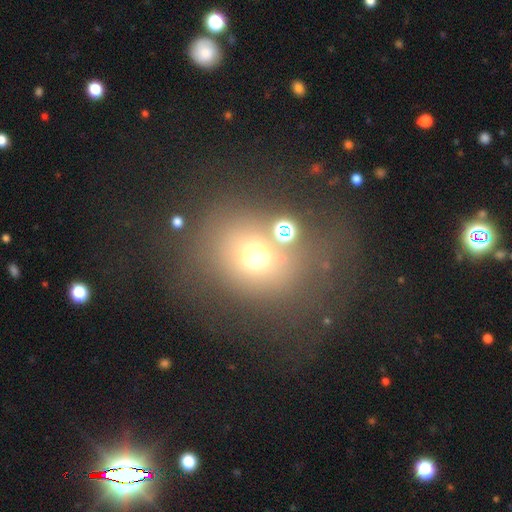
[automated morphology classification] A smooth galaxy with no disk features (63%) that is round (69%).

Vote fractions:
- Smooth or featured? smooth: 63% / star or artifact: 22% / featured or disk: 15%
- How rounded? round: 69% / in between: 30% / cigar-shaped: 1%
- Merging? none: 62% / merger: 14% / minor disturbance: 13% / major disturbance: 11%